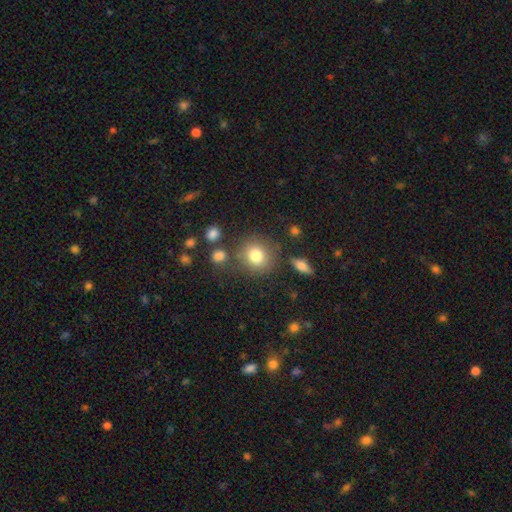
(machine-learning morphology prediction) Smooth or featured: smooth — 79% (star or artifact — 11%)
How rounded: round — 84% (in between — 15%)
Merging: none — 77% (minor disturbance — 12%)